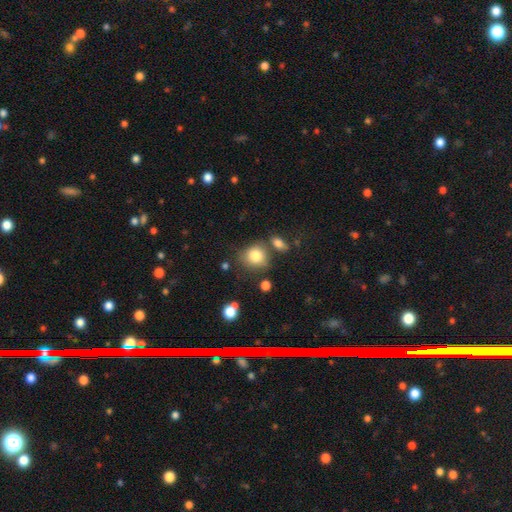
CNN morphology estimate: Q: Smooth or featured?
A: smooth (82%); runner-up: star or artifact (10%)
Q: How rounded?
A: round (75%); runner-up: in between (23%)
Q: Merging?
A: none (64%); runner-up: minor disturbance (17%)